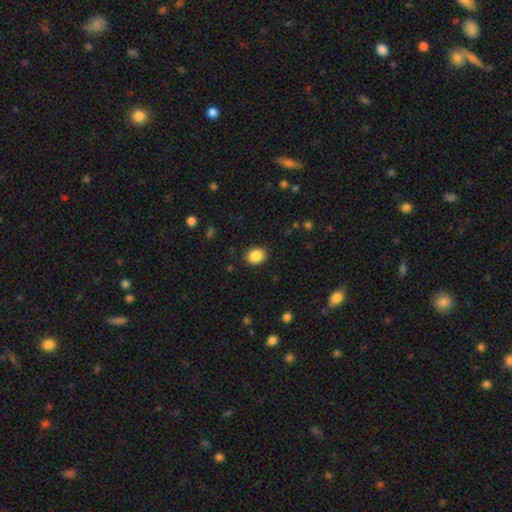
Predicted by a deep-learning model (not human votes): Overall: smooth (88%). How rounded: in between (53%; round 46%). Merging: none (89%).